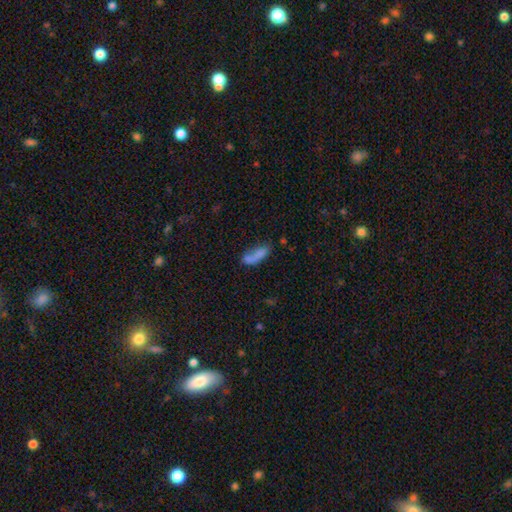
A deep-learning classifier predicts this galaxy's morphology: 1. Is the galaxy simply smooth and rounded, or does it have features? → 70% smooth, 19% featured or disk, 11% star or artifact.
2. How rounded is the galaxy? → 66% in between, 30% cigar-shaped, 4% round.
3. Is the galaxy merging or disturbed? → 36% none, 29% merger, 18% minor disturbance, 17% major disturbance.